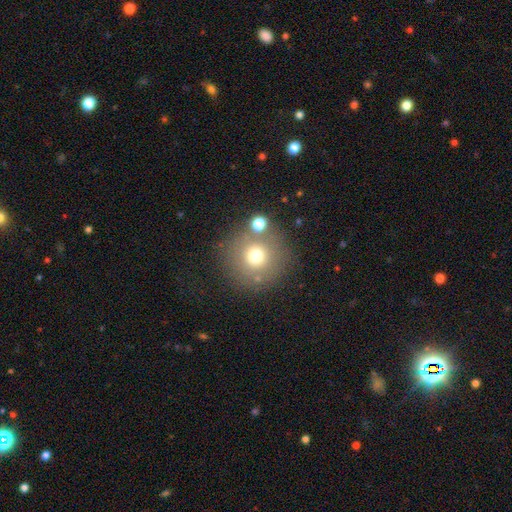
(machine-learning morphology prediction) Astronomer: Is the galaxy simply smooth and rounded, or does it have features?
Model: smooth — 70%.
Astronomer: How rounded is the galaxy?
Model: round — 95%.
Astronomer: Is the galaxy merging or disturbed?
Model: none — 76%.